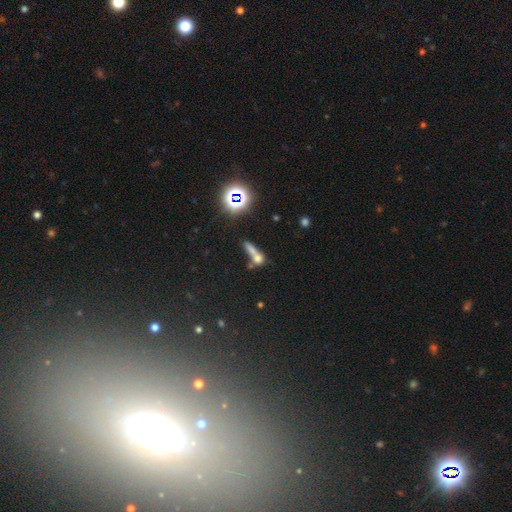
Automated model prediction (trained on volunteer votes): This is possibly a smooth galaxy (55%). How rounded: marginally cigar-shaped (36%). Merging: possibly merger (48%).